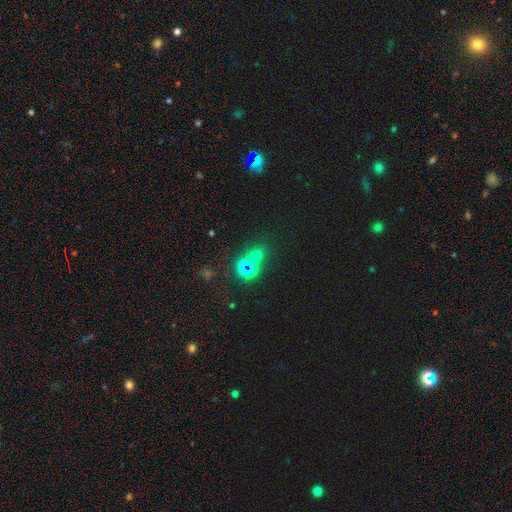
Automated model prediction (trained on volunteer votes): This appears to be a star or artifact, not a galaxy (48%).